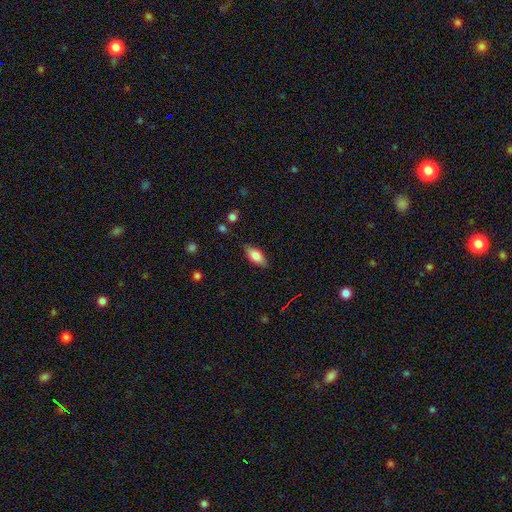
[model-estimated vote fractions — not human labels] smooth_or_featured: smooth (p=0.78) [alt: featured or disk p=0.15]
how_rounded: in between (p=0.84) [alt: cigar-shaped p=0.14]
merging: none (p=0.82) [alt: minor disturbance p=0.13]